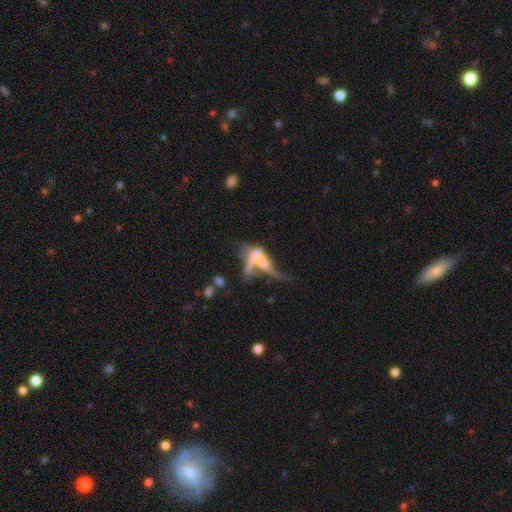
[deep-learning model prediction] Smooth or featured? featured or disk (52%)
Edge-on disk? no (79%)
Merging? merger (40%)